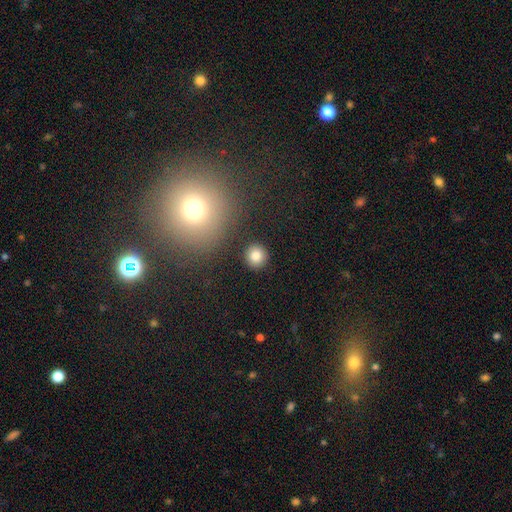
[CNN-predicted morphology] This appears to be a smooth galaxy with no disk features (84%) that is round (92%). Merging: none (90%).